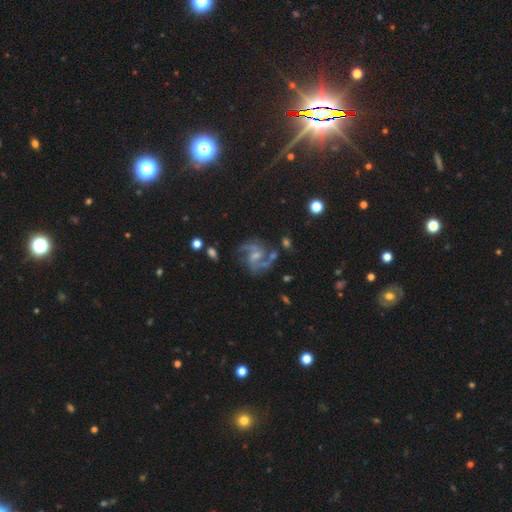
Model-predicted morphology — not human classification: A featured or disk galaxy (89%) with a weak bar (51%), 2 (80%) medium (59%) spiral arms (97%) and a small central bulge (51%).

Vote fractions:
- Smooth or featured? featured or disk: 89% / star or artifact: 6% / smooth: 5%
- Edge-on disk? no: 98% / yes: 2%
- Bar? weak: 51% / no: 34% / strong: 15%
- Spiral arms? yes: 97% / no: 3%
- Spiral winding? medium: 59% / loose: 27% / tight: 14%
- Spiral arm count? 2: 80% / 3: 9% / can't tell: 4% / 1: 2% / 4: 2% / more than 4: 2%
- Bulge size? small: 51% / moderate: 30% / none: 15% / large: 3% / dominant: 1%
- Merging? none: 64% / minor disturbance: 19% / major disturbance: 12% / merger: 6%